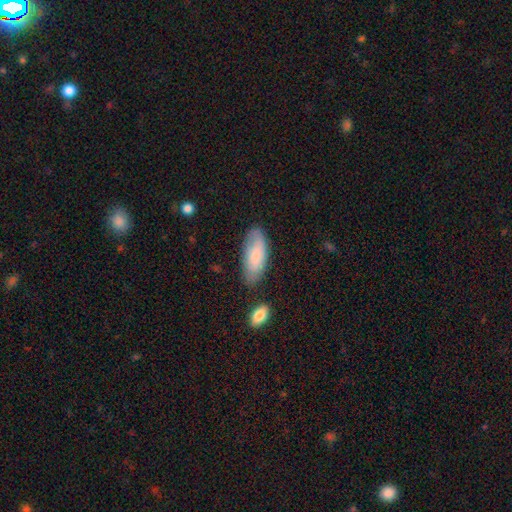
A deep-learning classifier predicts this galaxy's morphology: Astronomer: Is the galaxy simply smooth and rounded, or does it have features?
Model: smooth — 77%.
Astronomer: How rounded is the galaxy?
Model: in between — 83%.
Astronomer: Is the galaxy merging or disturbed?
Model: none — 73%.